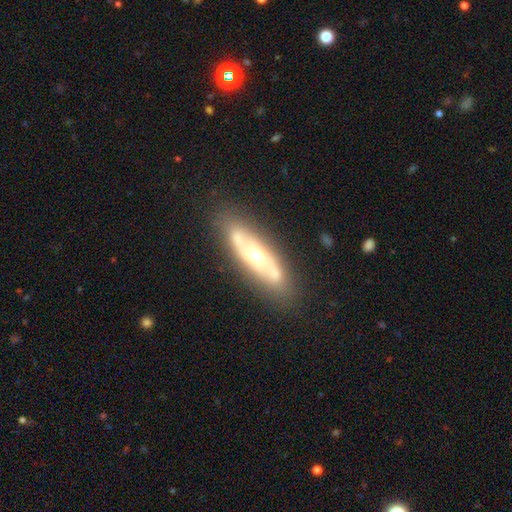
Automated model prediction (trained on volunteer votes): Q: Smooth or featured?
A: featured or disk (65%); runner-up: smooth (28%)
Q: Edge-on disk?
A: no (64%); runner-up: yes (36%)
Q: Merging?
A: none (82%); runner-up: minor disturbance (11%)